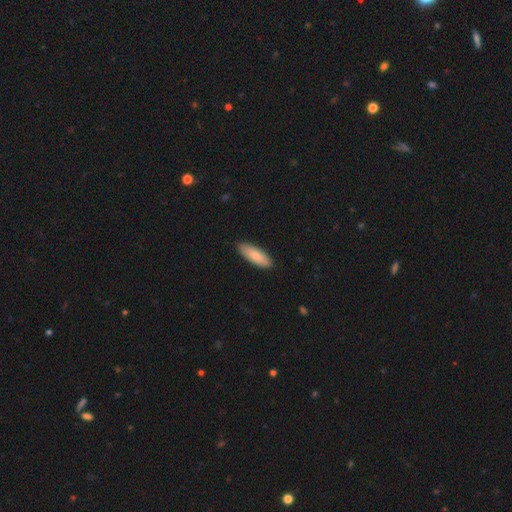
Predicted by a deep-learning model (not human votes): The model was most divided on "how rounded": in between: 63%, cigar-shaped: 35%, round: 2%. More confident: merging — none (89%); smooth or featured — smooth (85%).